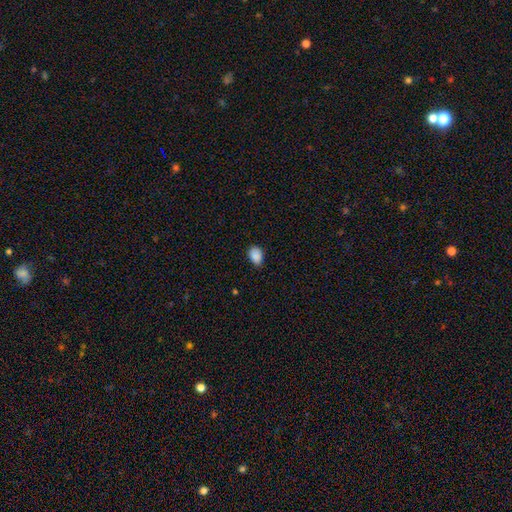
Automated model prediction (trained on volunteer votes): Smooth or featured? smooth (88%)
How rounded? in between (78%)
Merging? none (77%)